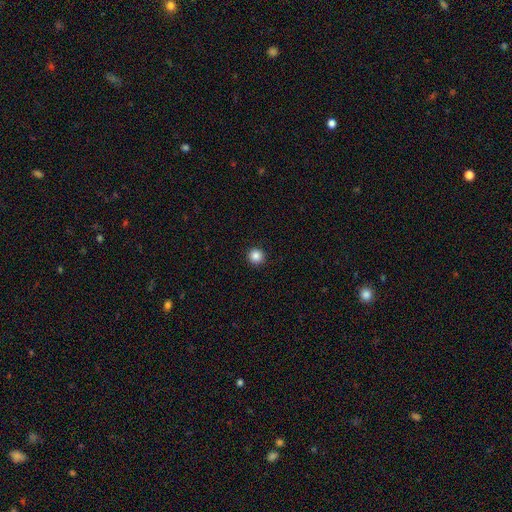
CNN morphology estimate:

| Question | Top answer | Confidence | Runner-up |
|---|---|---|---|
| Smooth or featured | smooth | 86% | star or artifact (11%) |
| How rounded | round | 94% | in between (5%) |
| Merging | none | 93% | minor disturbance (5%) |